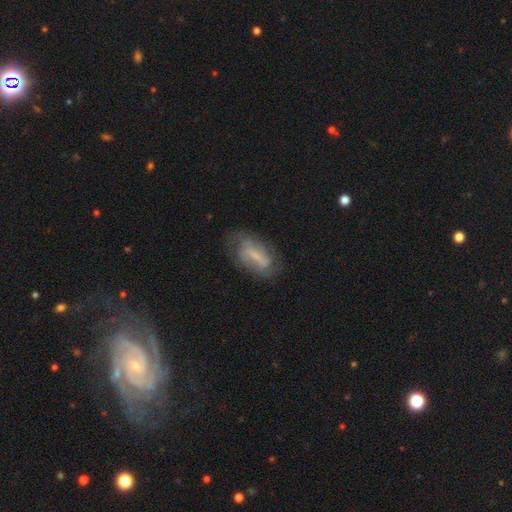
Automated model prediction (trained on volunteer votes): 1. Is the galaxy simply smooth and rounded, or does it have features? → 55% featured or disk, 37% smooth, 8% star or artifact.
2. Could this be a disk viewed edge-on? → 90% no, 10% yes.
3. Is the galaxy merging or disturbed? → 62% none, 25% minor disturbance, 12% major disturbance, 2% merger.